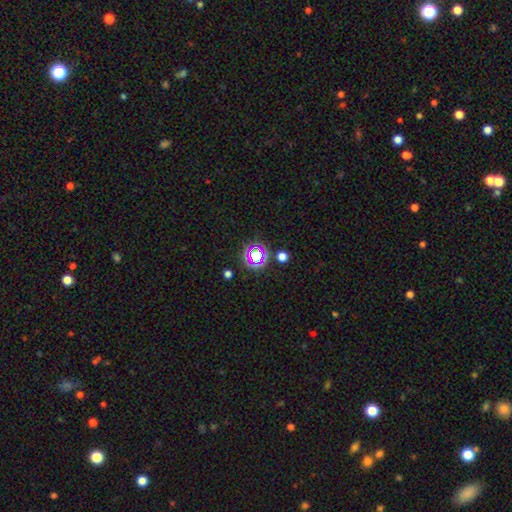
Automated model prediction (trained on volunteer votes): The model was most divided on "smooth or featured": star or artifact: 59%, smooth: 29%, featured or disk: 11%.